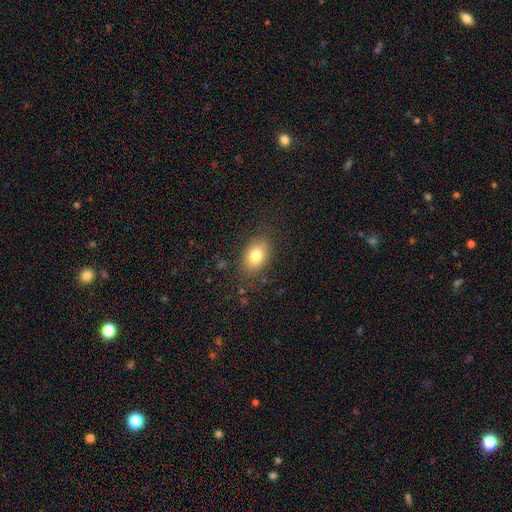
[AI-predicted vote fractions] Q: Smooth or featured?
A: smooth (80%); runner-up: featured or disk (11%)
Q: How rounded?
A: in between (80%); runner-up: round (18%)
Q: Merging?
A: none (81%); runner-up: minor disturbance (13%)